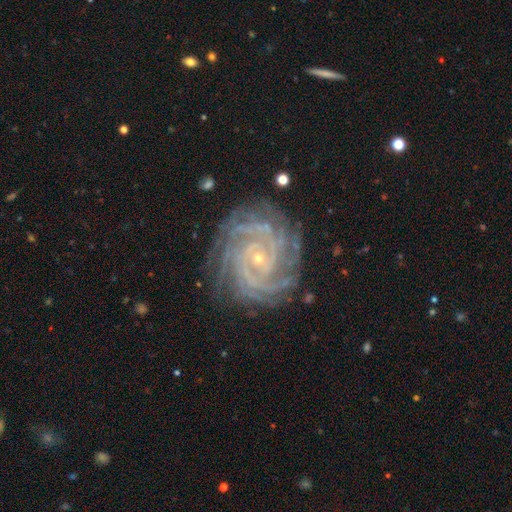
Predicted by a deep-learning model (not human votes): Q: Smooth or featured?
A: featured or disk (89%); runner-up: star or artifact (7%)
Q: Edge-on disk?
A: no (98%); runner-up: yes (2%)
Q: Bar?
A: no (57%); runner-up: weak (29%)
Q: Spiral arms?
A: yes (99%); runner-up: no (1%)
Q: Spiral winding?
A: tight (82%); runner-up: medium (16%)
Q: Spiral arm count?
A: 4 (24%); runner-up: 3 (18%)
Q: Bulge size?
A: small (83%); runner-up: moderate (14%)
Q: Merging?
A: none (82%); runner-up: minor disturbance (12%)